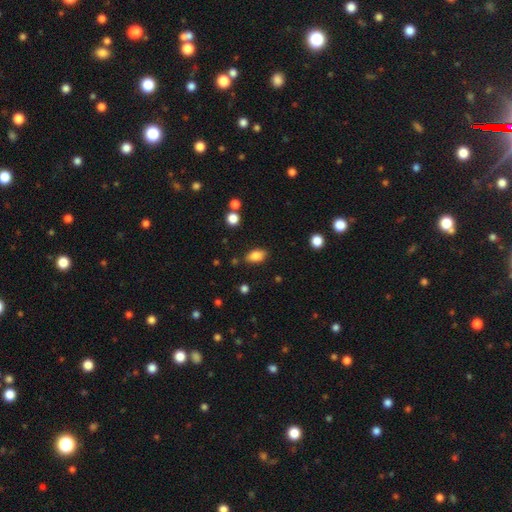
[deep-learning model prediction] This appears to be a smooth galaxy with no disk features (84%) that is in between round and cigar-shaped (89%). Merging: none (83%).